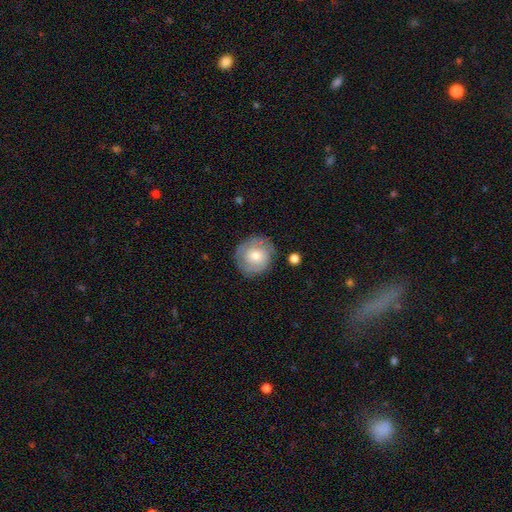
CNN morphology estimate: smooth-or-featured: featured or disk: 48% | smooth: 45% | star or artifact: 7%
  merging: none: 80% | minor disturbance: 14% | major disturbance: 4% | merger: 2%